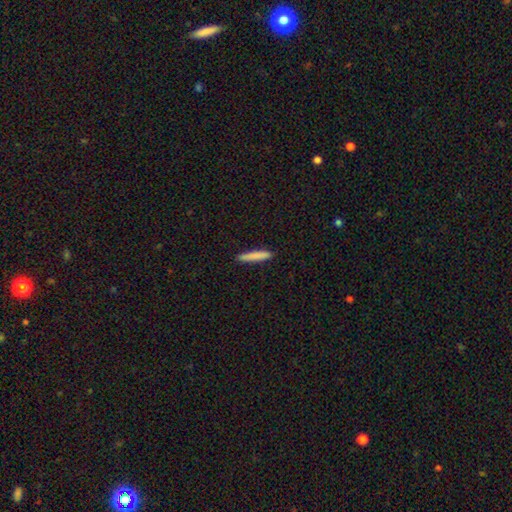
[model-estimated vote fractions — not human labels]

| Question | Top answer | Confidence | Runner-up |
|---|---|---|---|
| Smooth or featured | smooth | 83% | featured or disk (11%) |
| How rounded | cigar-shaped | 93% | in between (5%) |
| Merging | none | 90% | minor disturbance (7%) |